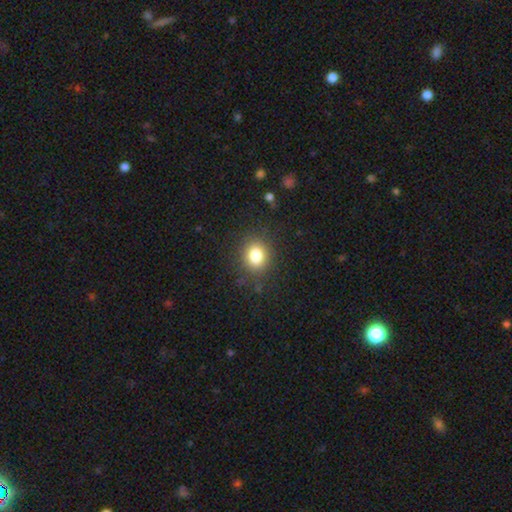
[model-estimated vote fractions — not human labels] A smooth galaxy with no disk features (82%) that is round (64%). Merging: none (86%).